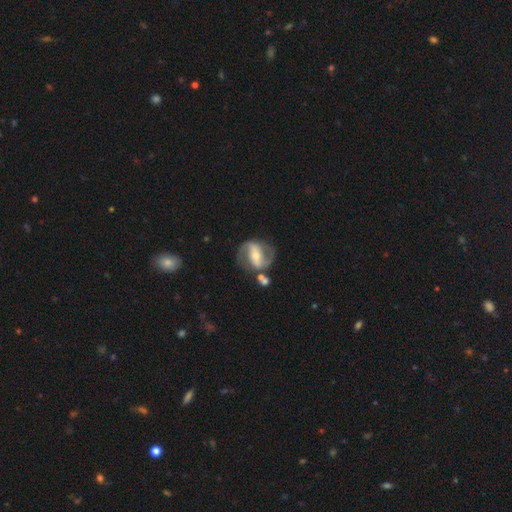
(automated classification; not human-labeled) Smooth or featured: featured or disk — 82% (smooth — 12%)
Edge-on disk: no — 96% (yes — 4%)
Bar: strong — 55% (weak — 29%)
Spiral arms: yes — 91% (no — 9%)
Spiral winding: medium — 50% (loose — 29%)
Spiral arm count: 2 — 90% (can't tell — 5%)
Bulge size: moderate — 49% (small — 44%)
Merging: none — 72% (minor disturbance — 14%)